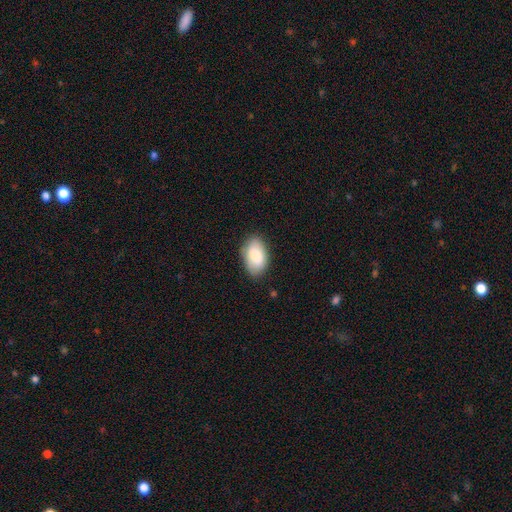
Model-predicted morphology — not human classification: Q: Smooth or featured?
A: smooth (81%); runner-up: featured or disk (13%)
Q: How rounded?
A: in between (93%); runner-up: round (5%)
Q: Merging?
A: none (82%); runner-up: minor disturbance (14%)